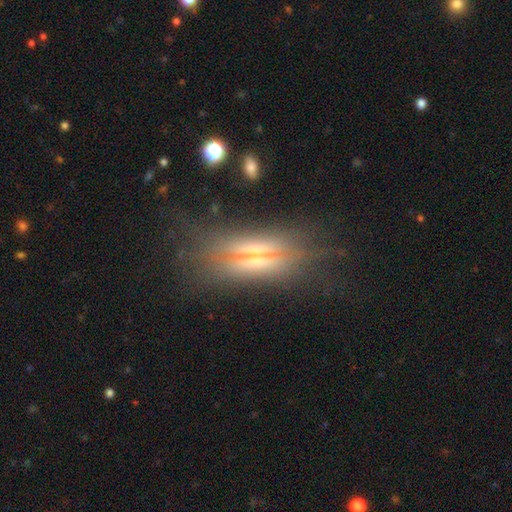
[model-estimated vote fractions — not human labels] This is likely a featured or disk galaxy (64%). It is clearly viewed edge-on (84%). Edge-on bulge: likely rounded (65%). Merging: likely none (65%).